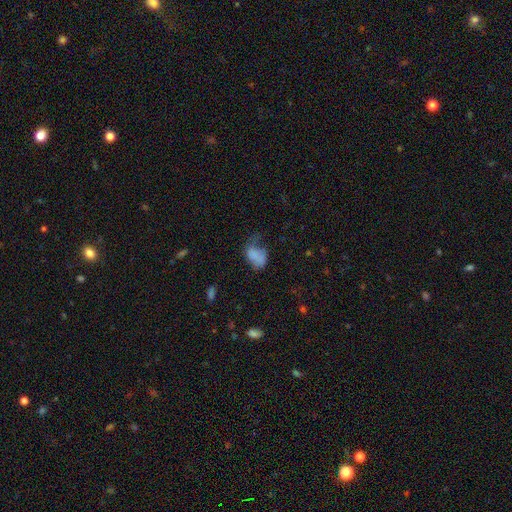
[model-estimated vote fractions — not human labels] Overall: smooth (71%). How rounded: in between (84%). Merging: major disturbance (45%; minor disturbance 28%).